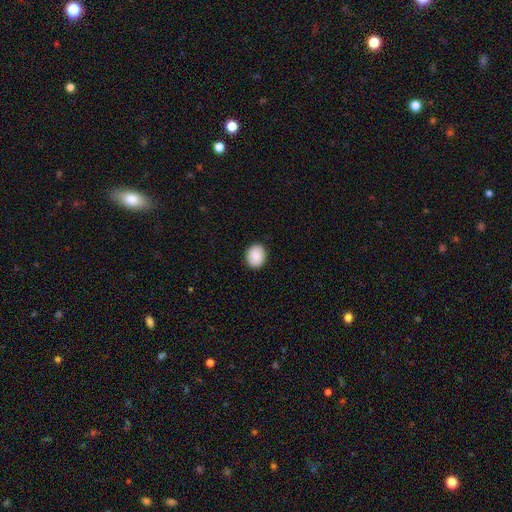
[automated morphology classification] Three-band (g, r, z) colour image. It shows a smooth galaxy with no disk features (84%) that is round (51%). Merging: none (90%).